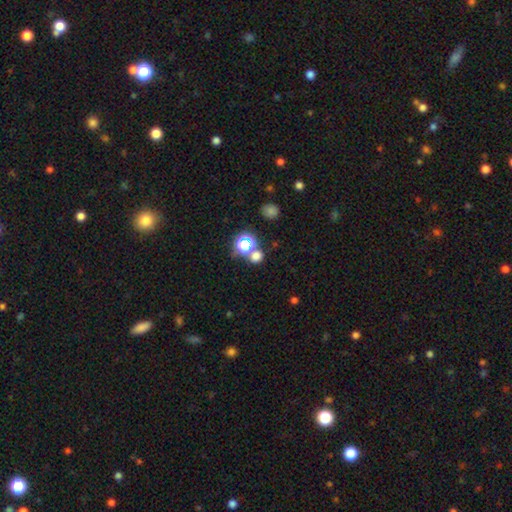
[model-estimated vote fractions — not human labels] Q: Smooth or featured?
A: smooth (59%); runner-up: star or artifact (34%)
Q: How rounded?
A: round (77%); runner-up: in between (21%)
Q: Merging?
A: none (64%); runner-up: merger (24%)